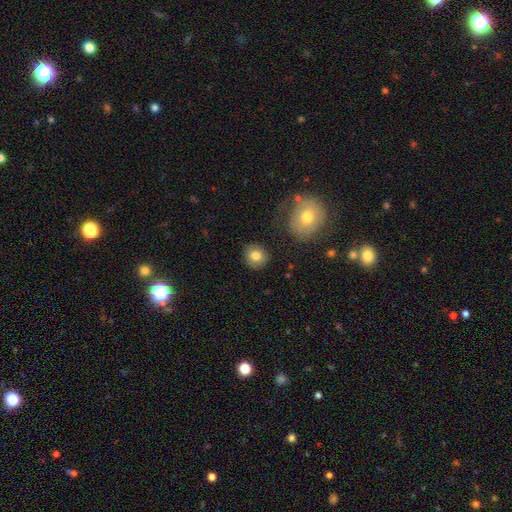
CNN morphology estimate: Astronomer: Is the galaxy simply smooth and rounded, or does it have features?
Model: smooth — 80%.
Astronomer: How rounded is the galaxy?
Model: round — 88%.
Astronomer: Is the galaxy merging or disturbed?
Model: none — 87%.